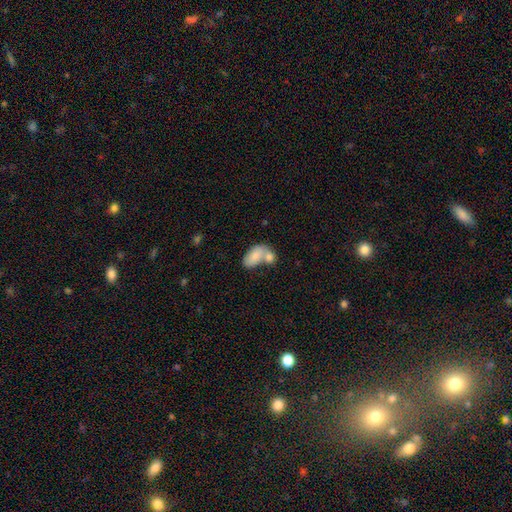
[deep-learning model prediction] A smooth galaxy with no disk features (80%) that is in between round and cigar-shaped (92%). Merging: merger (57%).